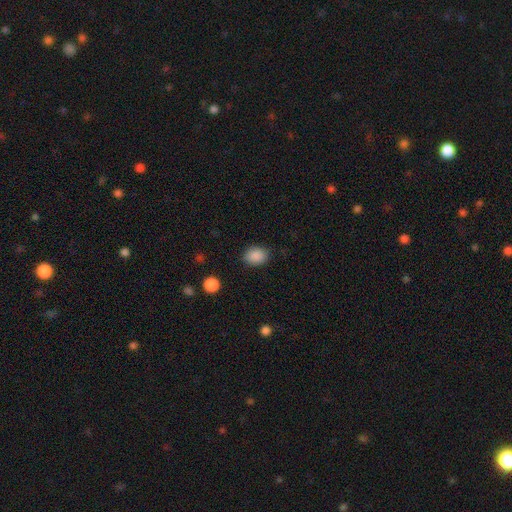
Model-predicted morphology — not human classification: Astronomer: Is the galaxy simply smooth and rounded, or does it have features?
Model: smooth — 88%.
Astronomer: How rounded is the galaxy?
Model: in between — 65%.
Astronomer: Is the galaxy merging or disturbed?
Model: none — 84%.